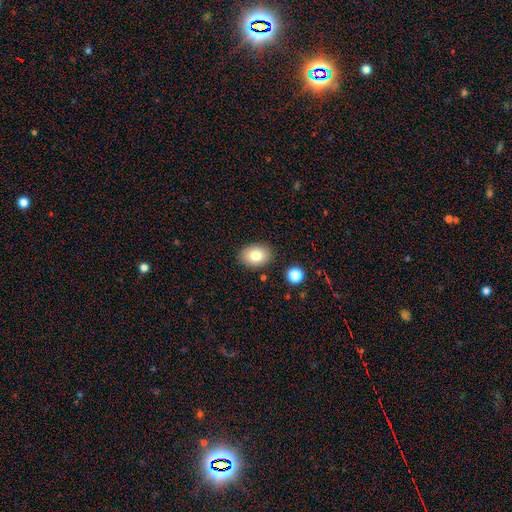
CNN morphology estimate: Smooth or featured: smooth — 80% (featured or disk — 11%)
How rounded: in between — 74% (round — 25%)
Merging: none — 86% (minor disturbance — 9%)